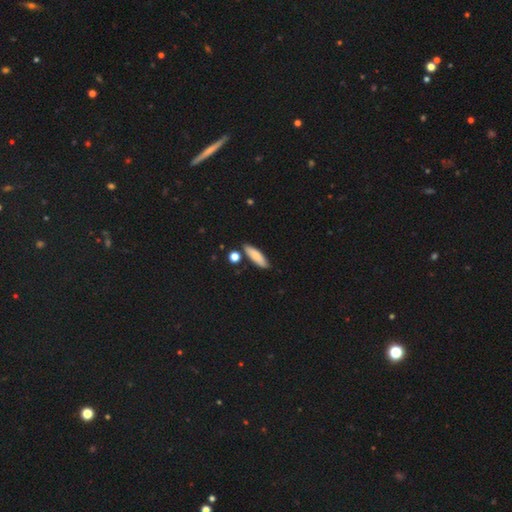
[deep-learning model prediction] smooth 81%, featured or disk 12%, star or artifact 6%. Down the decision tree: how rounded — cigar-shaped (55%); merging — none (81%).